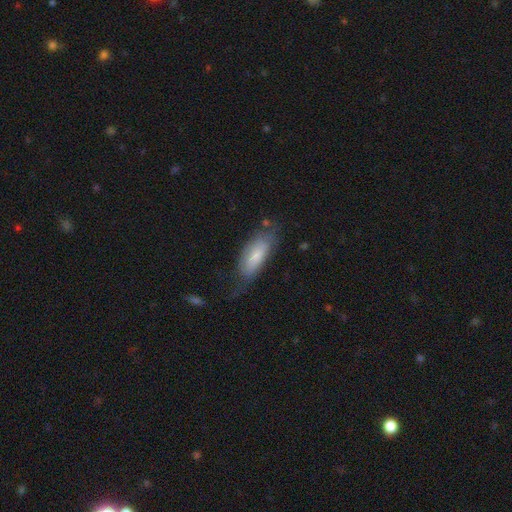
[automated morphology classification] smooth_or_featured: smooth (p=0.68) [alt: featured or disk p=0.26]
how_rounded: in between (p=0.78) [alt: cigar-shaped p=0.20]
merging: none (p=0.52) [alt: minor disturbance p=0.30]